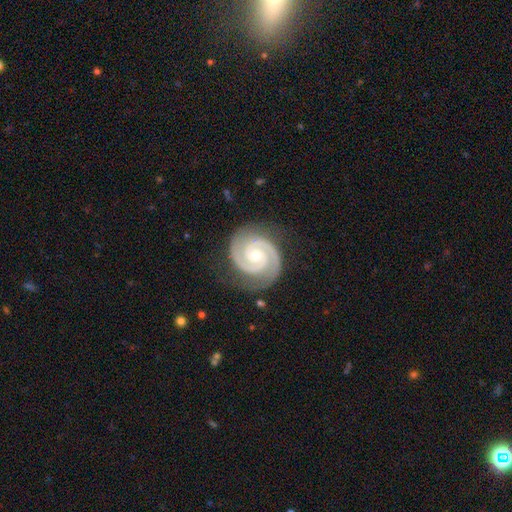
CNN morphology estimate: Smooth or featured? Predicted: featured or disk (p=0.94). Edge-on disk? Predicted: no (p=0.98). Bar? Predicted: no (p=0.63). Spiral arms? Predicted: yes (p=0.99). Spiral winding? Predicted: tight (p=0.72). Spiral arm count? Predicted: 2 (p=0.94). Bulge size? Predicted: moderate (p=0.57). Merging? Predicted: none (p=0.83).